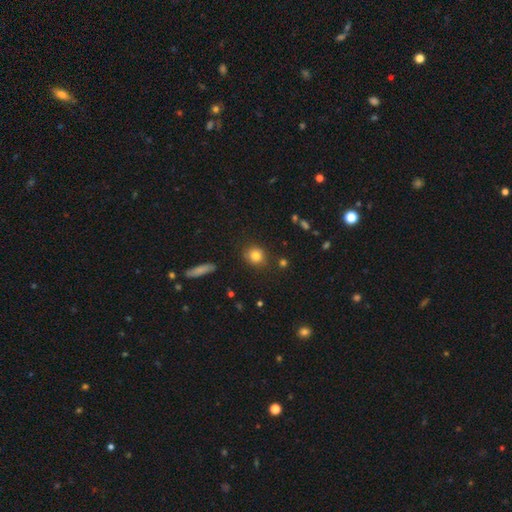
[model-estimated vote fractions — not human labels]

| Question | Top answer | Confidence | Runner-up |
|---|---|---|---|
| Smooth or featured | smooth | 82% | star or artifact (11%) |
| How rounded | round | 86% | in between (13%) |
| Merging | none | 84% | minor disturbance (10%) |